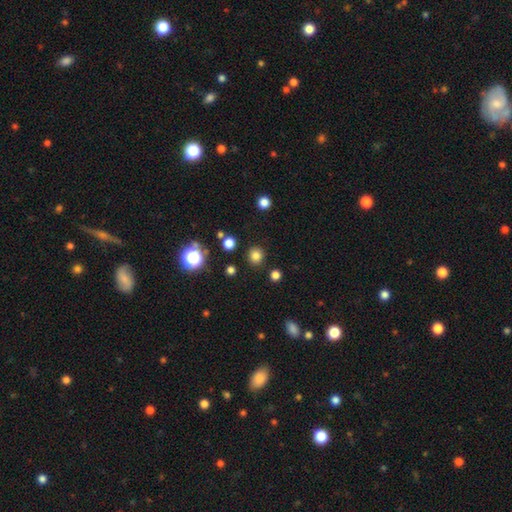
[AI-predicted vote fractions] A smooth galaxy with no disk features (80%) that is round (92%).

Vote fractions:
- Smooth or featured? smooth: 80% / star or artifact: 16% / featured or disk: 4%
- How rounded? round: 92% / in between: 7% / cigar-shaped: 1%
- Merging? none: 89% / minor disturbance: 6% / merger: 2% / major disturbance: 2%